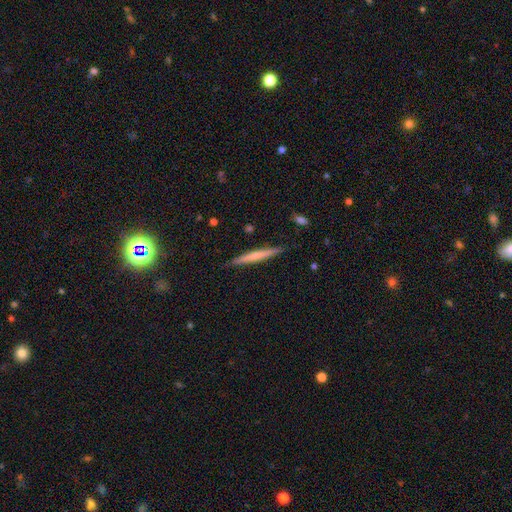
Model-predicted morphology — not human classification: The model was most divided on "smooth or featured": smooth: 53%, featured or disk: 42%, star or artifact: 6%. More confident: how rounded — cigar-shaped (96%); merging — none (89%).